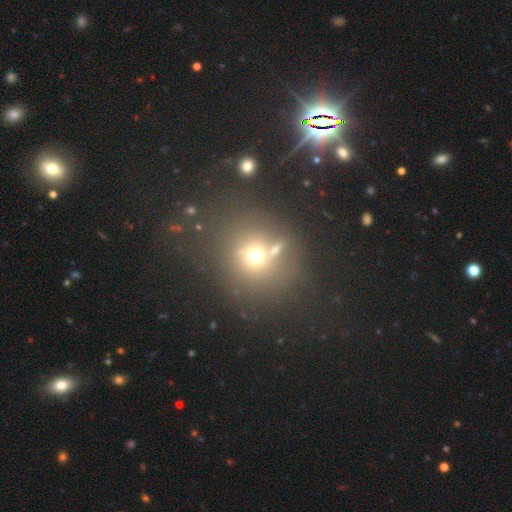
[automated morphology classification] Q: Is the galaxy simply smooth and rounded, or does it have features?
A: smooth — 62%.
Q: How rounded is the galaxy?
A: round — 84%.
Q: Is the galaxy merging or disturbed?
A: none — 59%.